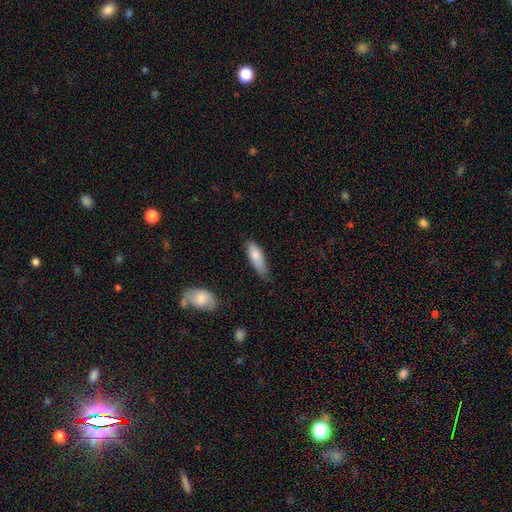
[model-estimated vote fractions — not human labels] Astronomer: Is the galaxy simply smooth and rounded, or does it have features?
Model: smooth — 81%.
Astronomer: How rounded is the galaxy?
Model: in between — 62%.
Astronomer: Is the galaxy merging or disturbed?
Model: none — 57% (runner-up: minor disturbance, 34%).